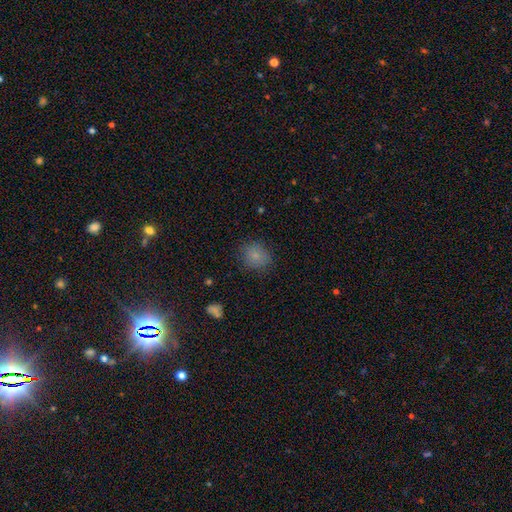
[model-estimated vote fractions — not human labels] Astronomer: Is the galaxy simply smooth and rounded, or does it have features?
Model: smooth — 81%.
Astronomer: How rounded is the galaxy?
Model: round — 73%.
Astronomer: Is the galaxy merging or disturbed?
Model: none — 81%.